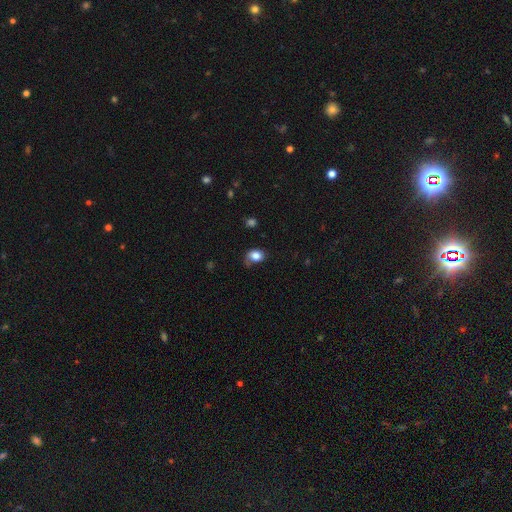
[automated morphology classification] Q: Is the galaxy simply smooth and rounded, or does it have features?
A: smooth — 81%.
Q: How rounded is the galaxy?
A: in between — 61%.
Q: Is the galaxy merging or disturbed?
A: none — 54%.